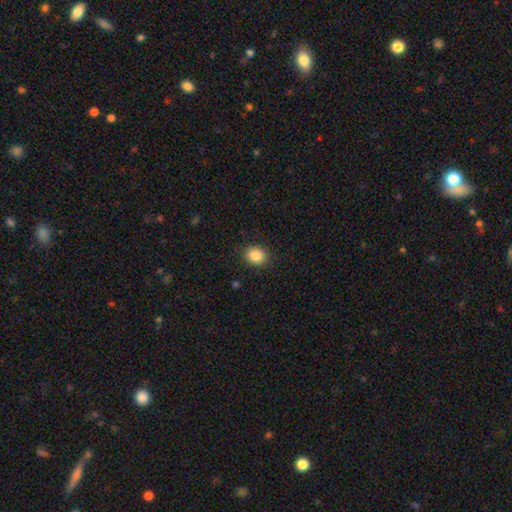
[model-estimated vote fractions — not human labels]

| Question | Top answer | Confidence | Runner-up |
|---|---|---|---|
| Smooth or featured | smooth | 86% | star or artifact (9%) |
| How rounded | round | 56% | in between (43%) |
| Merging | none | 89% | minor disturbance (8%) |